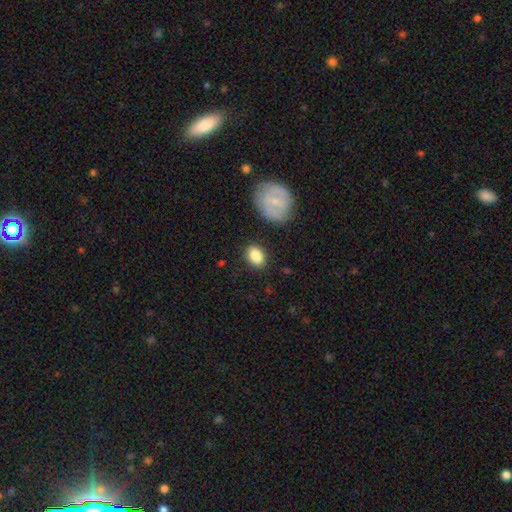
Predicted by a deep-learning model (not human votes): smooth 84%, featured or disk 8%, star or artifact 7%. Down the decision tree: how rounded — in between (75%); merging — none (85%).